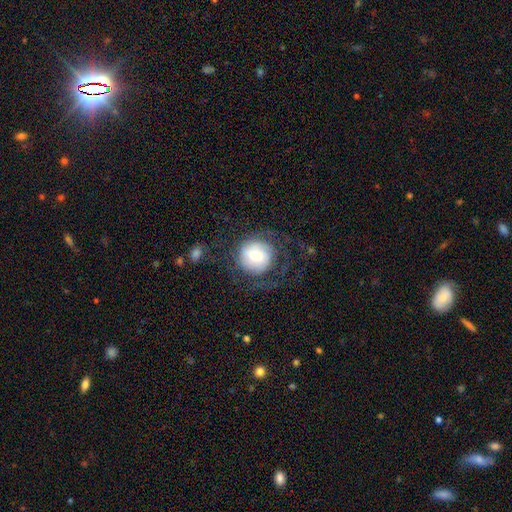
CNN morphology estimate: A featured or disk galaxy (46%, tied with smooth).

Vote fractions:
- Smooth or featured? featured or disk: 46% (tied) / smooth: 46% (tied) / star or artifact: 8%
- Merging? none: 60% / major disturbance: 24% / minor disturbance: 14% / merger: 2%